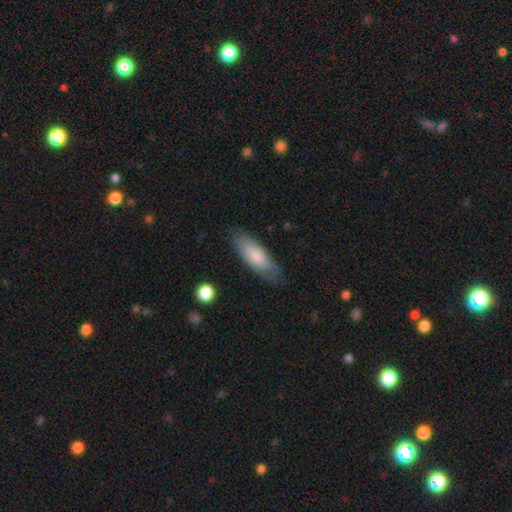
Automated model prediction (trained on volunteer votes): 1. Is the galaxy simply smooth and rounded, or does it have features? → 73% smooth, 22% featured or disk, 6% star or artifact.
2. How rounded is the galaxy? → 66% in between, 32% cigar-shaped, 2% round.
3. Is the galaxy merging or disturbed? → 75% none, 19% minor disturbance, 4% major disturbance, 1% merger.